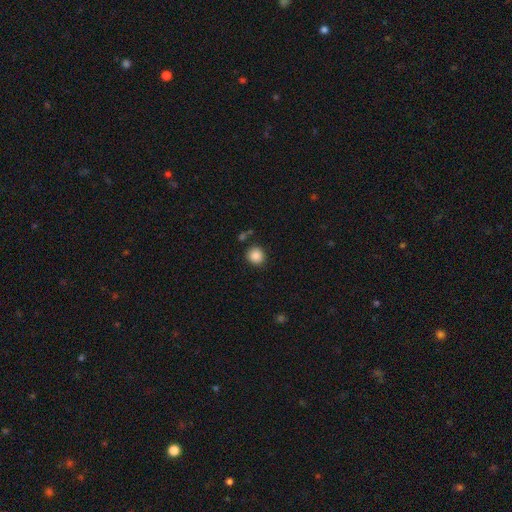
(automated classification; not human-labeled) A smooth galaxy with no disk features (87%) that is round (87%).

Vote fractions:
- Smooth or featured? smooth: 87% / star or artifact: 9% / featured or disk: 3%
- How rounded? round: 87% / in between: 12% / cigar-shaped: 1%
- Merging? none: 86% / minor disturbance: 8% / merger: 3% / major disturbance: 3%